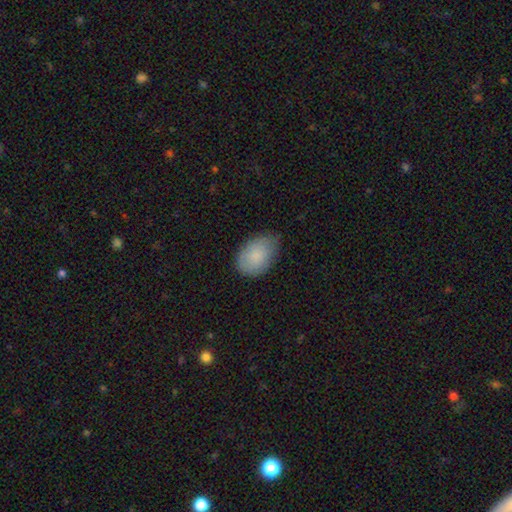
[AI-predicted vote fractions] Morphology: type=smooth (85%); roundness=in between (87%); merging=none (62%).